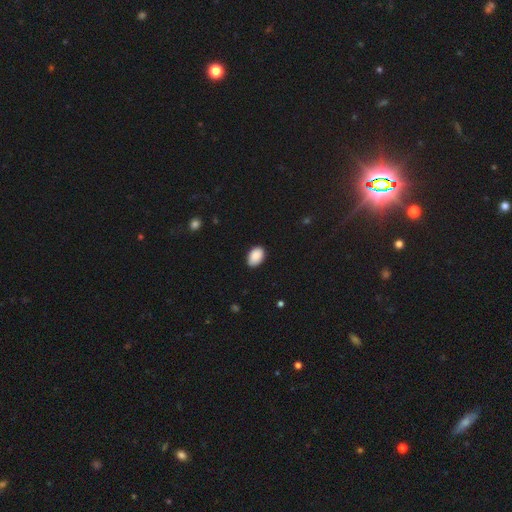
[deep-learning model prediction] Smooth or featured? smooth (88%)
How rounded? in between (89%)
Merging? none (85%)